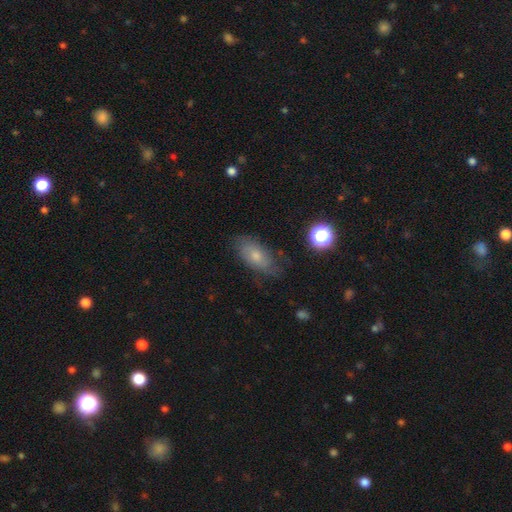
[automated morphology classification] This appears to be a smooth galaxy with no disk features (60%) that is in between round and cigar-shaped (86%). Merging: none (69%).